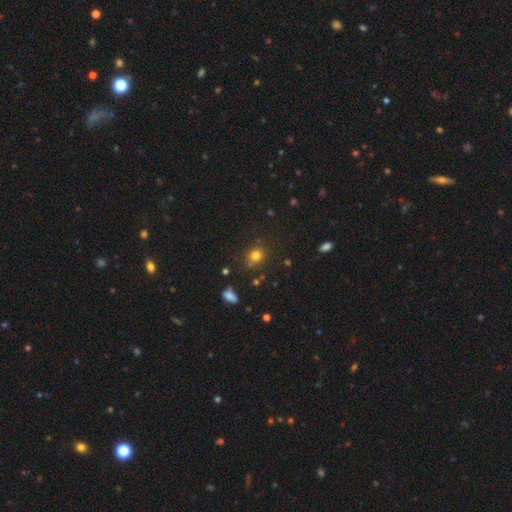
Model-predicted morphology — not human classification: Smooth or featured? smooth (78%)
How rounded? round (81%)
Merging? none (79%)